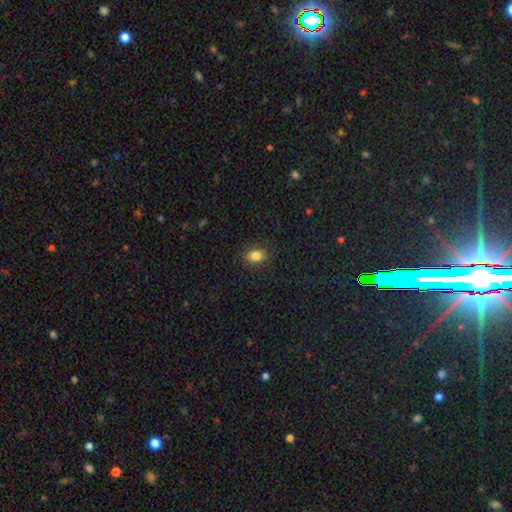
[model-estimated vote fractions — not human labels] A smooth galaxy with no disk features (85%) that is in between round and cigar-shaped (69%). Merging: none (87%).